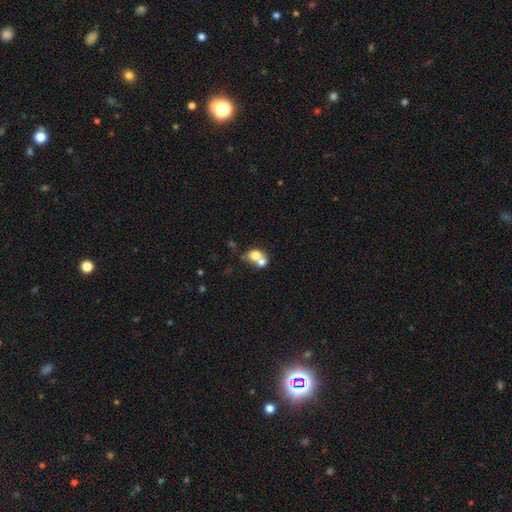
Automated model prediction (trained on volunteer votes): A smooth galaxy with no disk features (69%) that is round (54%).

Vote fractions:
- Smooth or featured? smooth: 69% / featured or disk: 22% / star or artifact: 10%
- How rounded? round: 54% / in between: 44% / cigar-shaped: 1%
- Merging? merger: 64% / none: 25% / minor disturbance: 7% / major disturbance: 4%